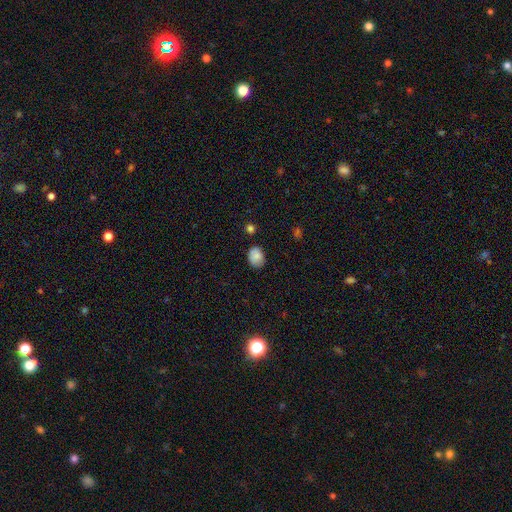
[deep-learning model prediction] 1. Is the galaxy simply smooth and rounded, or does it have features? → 85% smooth, 9% star or artifact, 7% featured or disk.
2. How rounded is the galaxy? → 71% in between, 28% round, 1% cigar-shaped.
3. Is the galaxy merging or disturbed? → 74% none, 20% minor disturbance, 4% major disturbance, 2% merger.